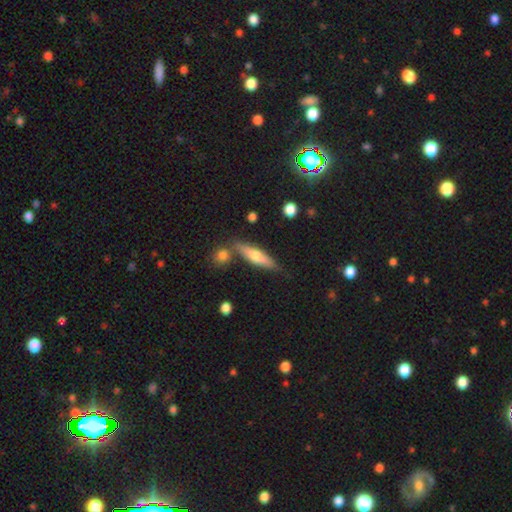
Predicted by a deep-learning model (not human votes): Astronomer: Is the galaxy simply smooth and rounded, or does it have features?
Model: smooth — 52% (runner-up: featured or disk, 42%).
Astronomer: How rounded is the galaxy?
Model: cigar-shaped — 72%.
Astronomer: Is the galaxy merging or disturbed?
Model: none — 73%.